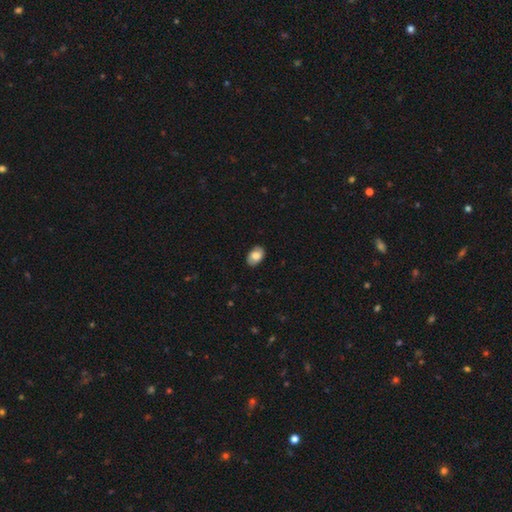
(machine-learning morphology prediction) Smooth or featured? smooth (77%)
How rounded? in between (88%)
Merging? none (87%)